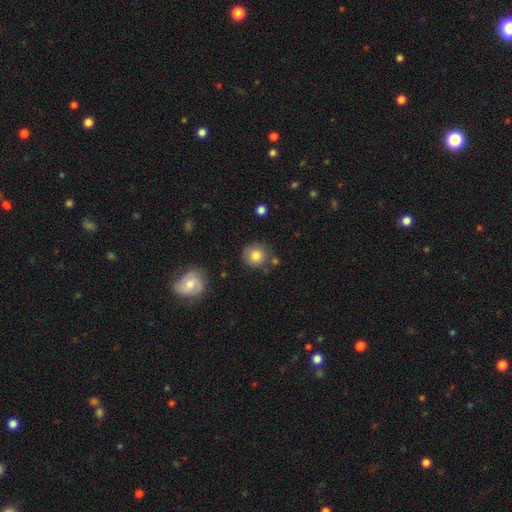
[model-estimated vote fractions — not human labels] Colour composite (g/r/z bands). It shows a smooth galaxy with no disk features (81%) that is round (91%). Merging: none (79%).